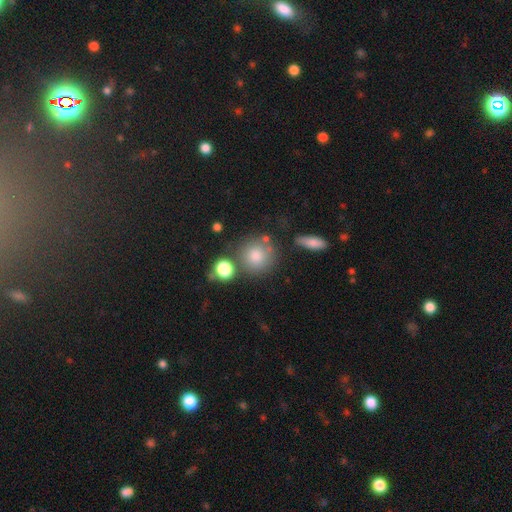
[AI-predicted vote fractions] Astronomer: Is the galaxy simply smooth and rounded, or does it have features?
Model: smooth — 79%.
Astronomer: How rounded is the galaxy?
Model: round — 89%.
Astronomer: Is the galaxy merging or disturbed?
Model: none — 70%.